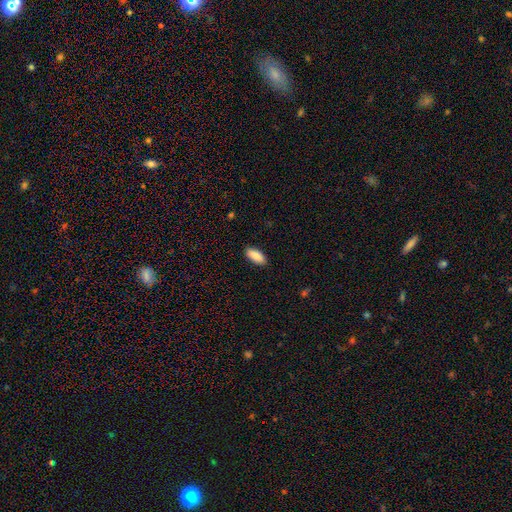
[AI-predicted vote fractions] Smooth or featured?
  - smooth: 89% *
  - star or artifact: 6%
  - featured or disk: 5%
How rounded?
  - in between: 89% *
  - cigar-shaped: 9%
  - round: 2%
Merging?
  - none: 89% *
  - minor disturbance: 8%
  - major disturbance: 2%
  - merger: 1%